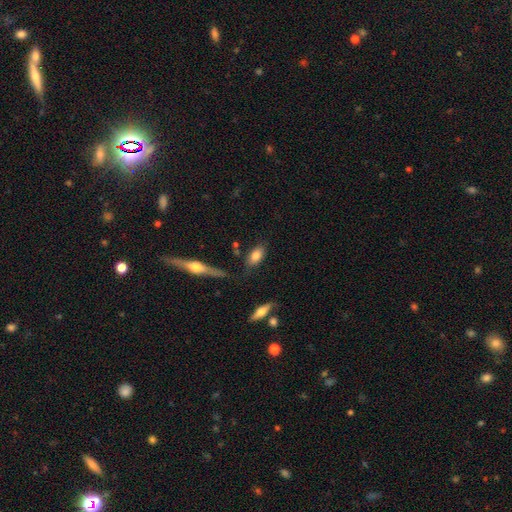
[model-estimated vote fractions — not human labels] Smooth or featured? Predicted: smooth (p=0.79). How rounded? Predicted: in between (p=0.86). Merging? Predicted: none (p=0.75).